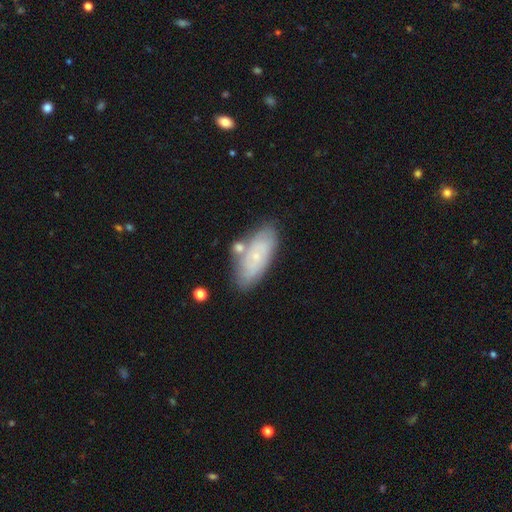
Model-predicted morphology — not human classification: smooth_or_featured: smooth (p=0.51) [alt: featured or disk p=0.40]
how_rounded: in between (p=0.81) [alt: cigar-shaped p=0.16]
merging: none (p=0.71) [alt: minor disturbance p=0.16]